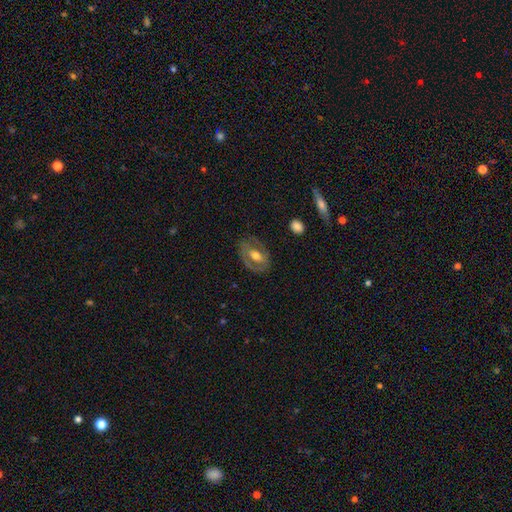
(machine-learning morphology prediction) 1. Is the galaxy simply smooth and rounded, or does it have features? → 58% featured or disk, 36% smooth, 6% star or artifact.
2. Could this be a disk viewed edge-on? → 93% no, 7% yes.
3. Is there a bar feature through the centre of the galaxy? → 56% no, 29% weak, 15% strong.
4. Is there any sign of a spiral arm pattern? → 67% no, 33% yes.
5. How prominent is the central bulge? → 70% moderate, 14% small, 14% large, 1% none, 1% dominant.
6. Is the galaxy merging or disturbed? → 73% none, 17% minor disturbance, 8% major disturbance, 1% merger.